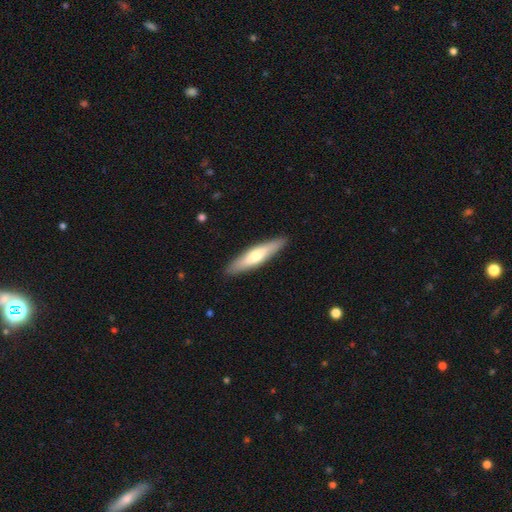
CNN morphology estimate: A smooth galaxy with no disk features (55%) that is cigar-shaped (81%). Merging: none (89%).